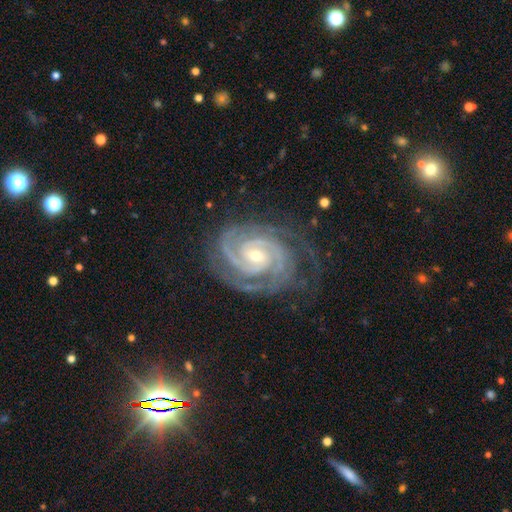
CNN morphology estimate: A featured or disk galaxy (93%) with no bar (47%), 2 (51%) tight (78%) spiral arms (99%) and a small central bulge (57%). Merging: none (72%).